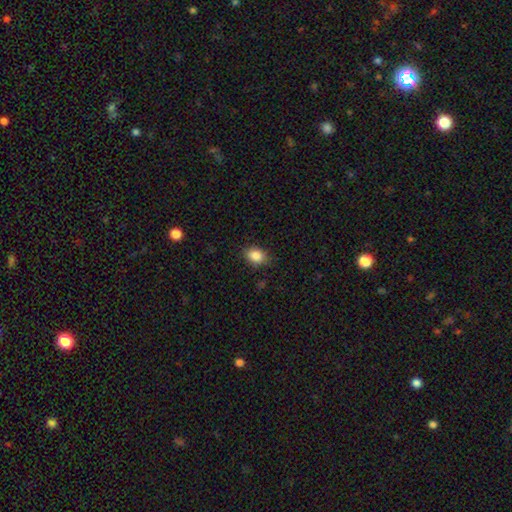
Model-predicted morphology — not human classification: The model was most divided on "how rounded": in between: 72%, round: 27%, cigar-shaped: 1%. More confident: smooth or featured — smooth (87%); merging — none (83%).